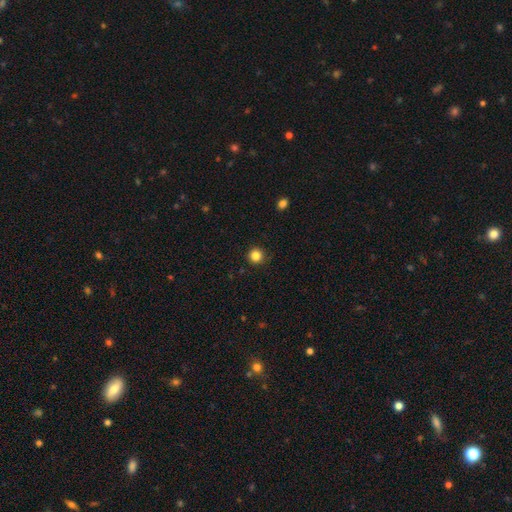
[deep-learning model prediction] smooth-or-featured: smooth: 84% | star or artifact: 12% | featured or disk: 4%
  how-rounded: round: 95% | in between: 4% | cigar-shaped: 1%
  merging: none: 91% | minor disturbance: 6% | major disturbance: 2% | merger: 1%